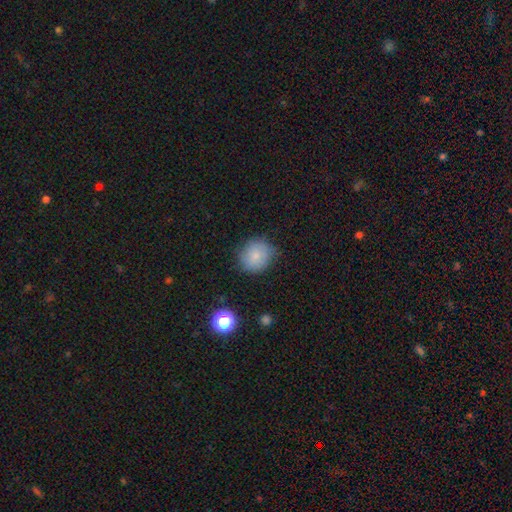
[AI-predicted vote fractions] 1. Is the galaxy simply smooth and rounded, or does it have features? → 79% smooth, 11% featured or disk, 10% star or artifact.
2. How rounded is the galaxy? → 83% round, 17% in between, 1% cigar-shaped.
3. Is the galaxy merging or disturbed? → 74% none, 20% minor disturbance, 5% major disturbance, 2% merger.